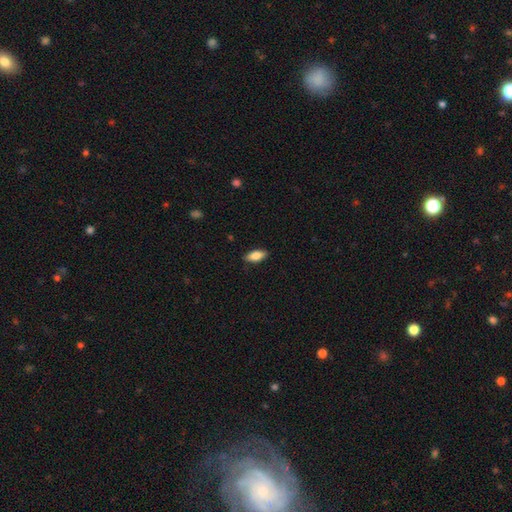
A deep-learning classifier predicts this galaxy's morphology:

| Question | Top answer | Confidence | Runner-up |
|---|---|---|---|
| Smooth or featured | smooth | 81% | featured or disk (12%) |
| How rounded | in between | 84% | cigar-shaped (14%) |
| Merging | none | 86% | minor disturbance (11%) |